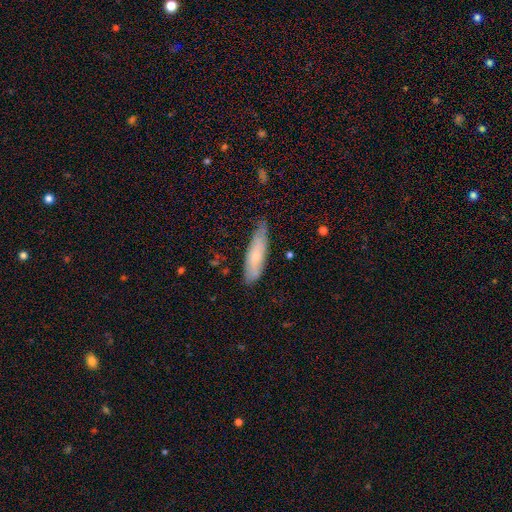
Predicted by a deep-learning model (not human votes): This is likely a smooth galaxy (65%). How rounded: likely cigar-shaped (61%). Merging: likely none (65%).